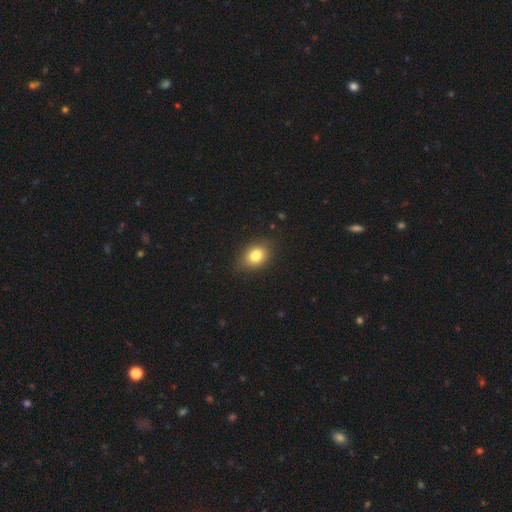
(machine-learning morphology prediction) Overall: smooth (81%). How rounded: in between (68%; round 31%). Merging: none (80%).